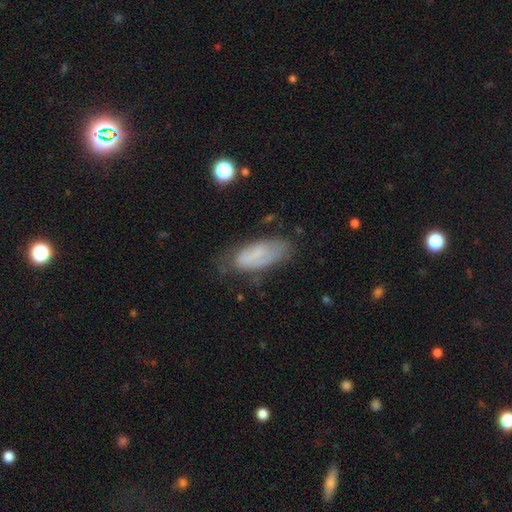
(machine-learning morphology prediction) Q: Smooth or featured?
A: smooth (56%); runner-up: featured or disk (35%)
Q: How rounded?
A: in between (78%); runner-up: cigar-shaped (19%)
Q: Merging?
A: none (55%); runner-up: minor disturbance (29%)